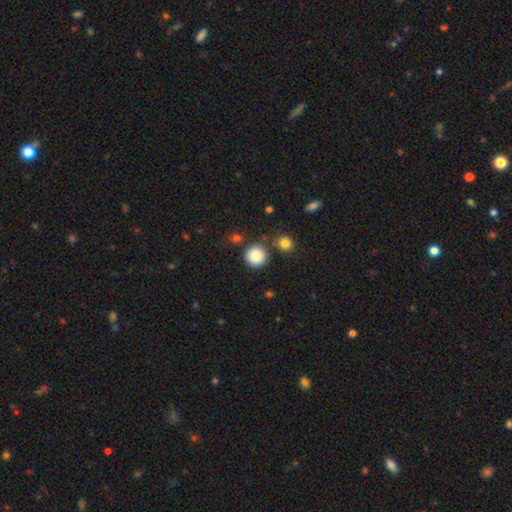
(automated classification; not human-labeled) Smooth or featured?
  - smooth: 87% *
  - star or artifact: 9%
  - featured or disk: 4%
How rounded?
  - round: 94% *
  - in between: 5%
  - cigar-shaped: 1%
Merging?
  - none: 82% *
  - minor disturbance: 9%
  - merger: 6%
  - major disturbance: 3%